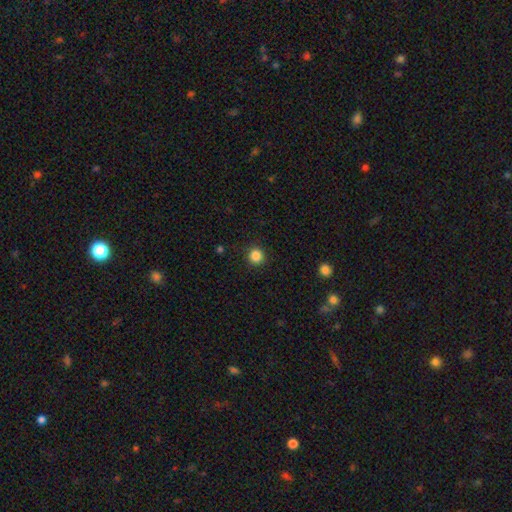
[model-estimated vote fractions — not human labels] This appears to be a smooth galaxy with no disk features (85%) that is round (94%). Merging: none (92%).